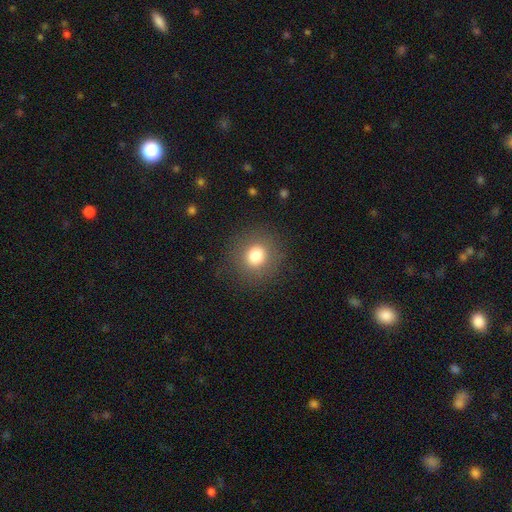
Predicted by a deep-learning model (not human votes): Smooth or featured? smooth (78%)
How rounded? round (89%)
Merging? none (86%)